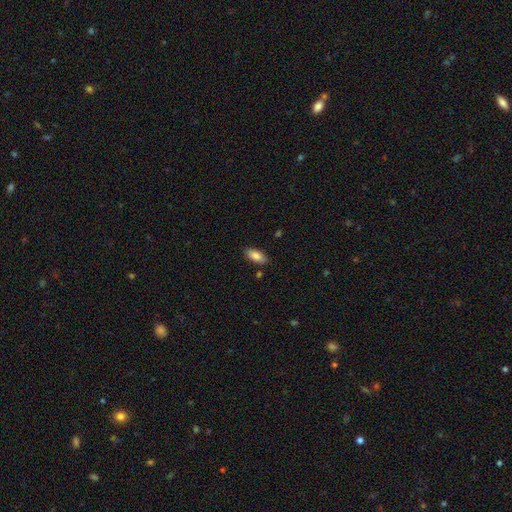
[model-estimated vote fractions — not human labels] Q: Smooth or featured?
A: smooth (82%); runner-up: featured or disk (11%)
Q: How rounded?
A: in between (86%); runner-up: cigar-shaped (12%)
Q: Merging?
A: none (85%); runner-up: minor disturbance (10%)